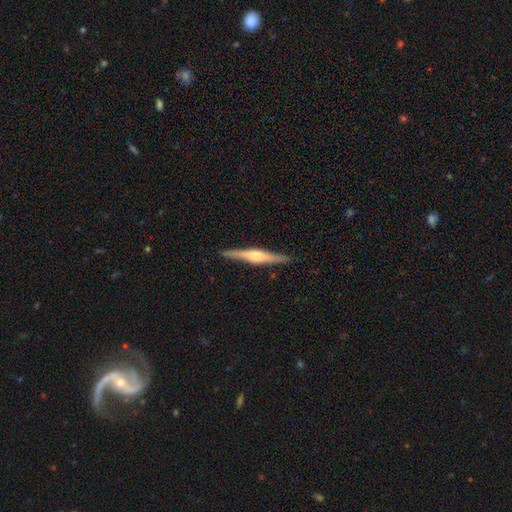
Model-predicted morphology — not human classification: This appears to be a featured or disk galaxy (72%) viewed edge-on (98%) with a rounded central bulge (64%). Merging: none (90%).